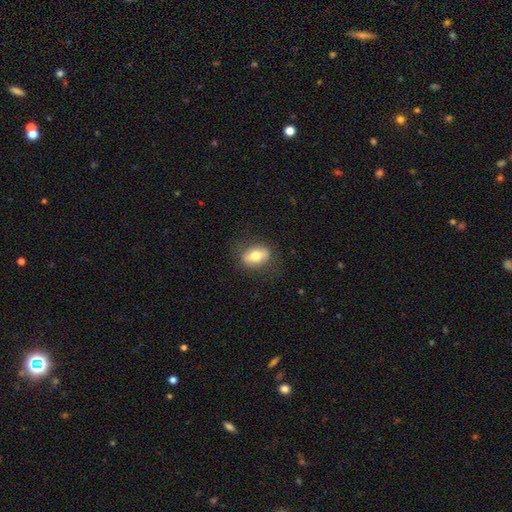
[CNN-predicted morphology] Overall: smooth (63%; featured or disk 29%). How rounded: in between (77%). Merging: none (81%).